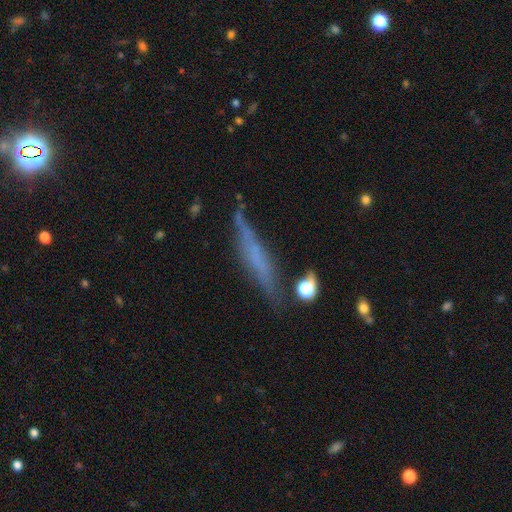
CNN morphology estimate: smooth_or_featured: featured or disk (p=0.48) [alt: smooth p=0.41]
merging: none (p=0.65) [alt: minor disturbance p=0.23]